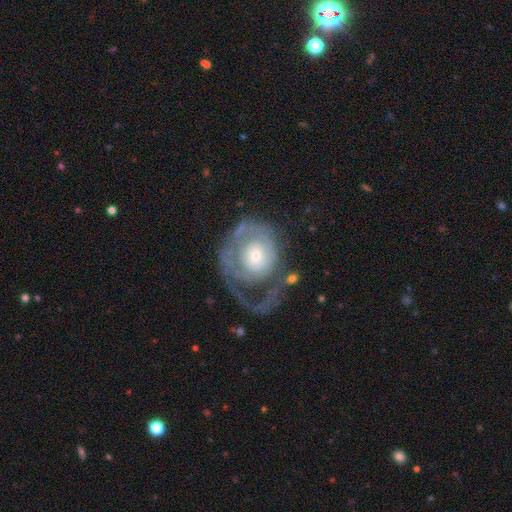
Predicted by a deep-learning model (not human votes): Smooth or featured? featured or disk (69%)
Edge-on disk? no (96%)
Bar? no (82%)
Spiral arms? yes (58%)
Bulge size? small (57%)
Merging? major disturbance (45%)